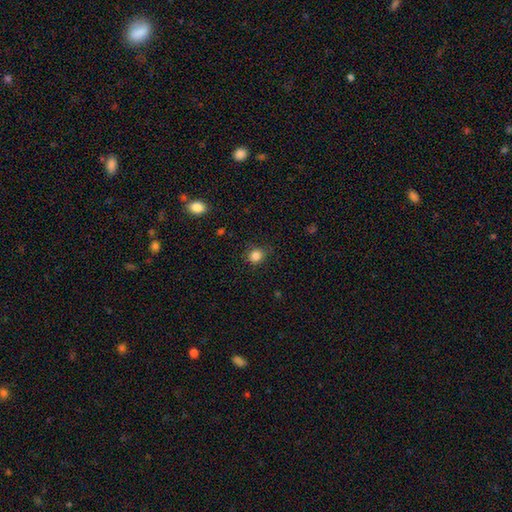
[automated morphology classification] Smooth or featured? smooth (85%)
How rounded? round (81%)
Merging? none (83%)